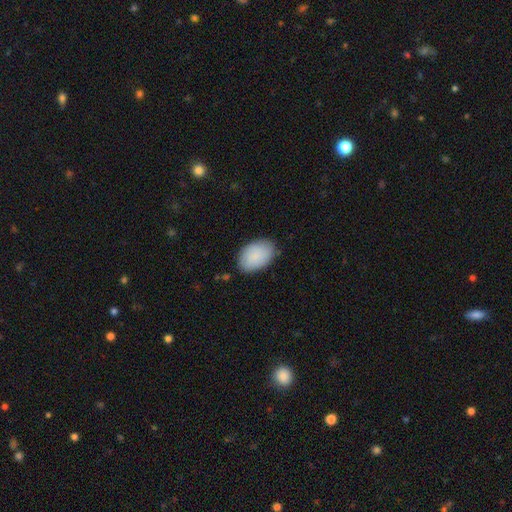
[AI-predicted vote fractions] Smooth or featured?
  - smooth: 87% *
  - featured or disk: 7%
  - star or artifact: 6%
How rounded?
  - in between: 90% *
  - round: 9%
  - cigar-shaped: 1%
Merging?
  - none: 79% *
  - minor disturbance: 17%
  - major disturbance: 3%
  - merger: 1%